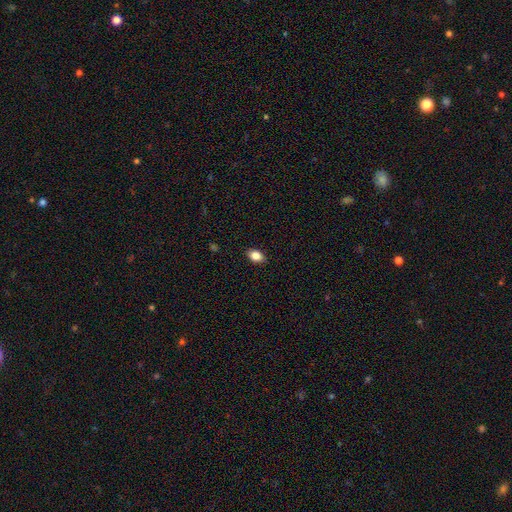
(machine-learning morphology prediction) type=smooth (85%); roundness=in between (80%); merging=none (88%).